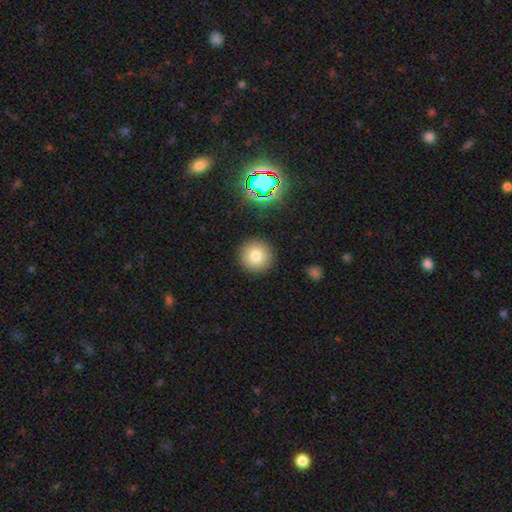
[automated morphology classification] A smooth galaxy with no disk features (79%) that is round (95%). Merging: none (91%).